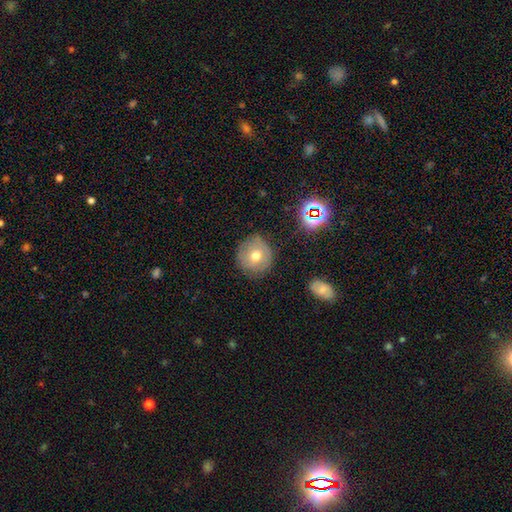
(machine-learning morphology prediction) Smooth or featured? Predicted: smooth (p=0.66). How rounded? Predicted: round (p=0.92). Merging? Predicted: none (p=0.79).